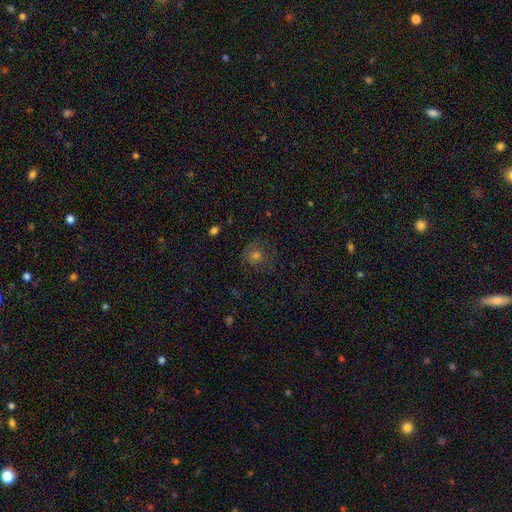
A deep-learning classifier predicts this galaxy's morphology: This is possibly a smooth galaxy (51%). How rounded: clearly round (84%). Merging: likely none (71%).